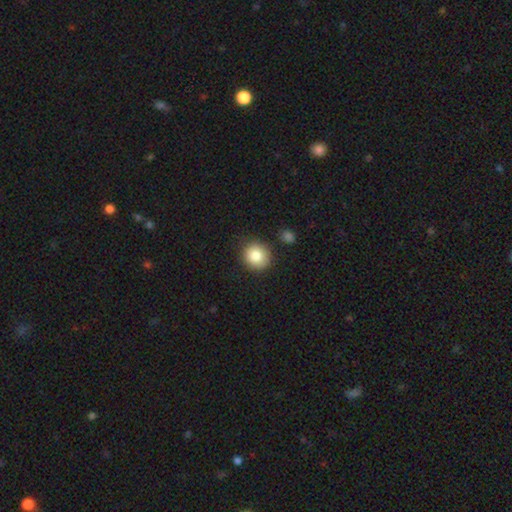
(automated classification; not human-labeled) Smooth or featured?
  - smooth: 84% *
  - star or artifact: 9%
  - featured or disk: 8%
How rounded?
  - round: 86% *
  - in between: 13%
  - cigar-shaped: 1%
Merging?
  - none: 84% *
  - minor disturbance: 10%
  - merger: 3%
  - major disturbance: 3%